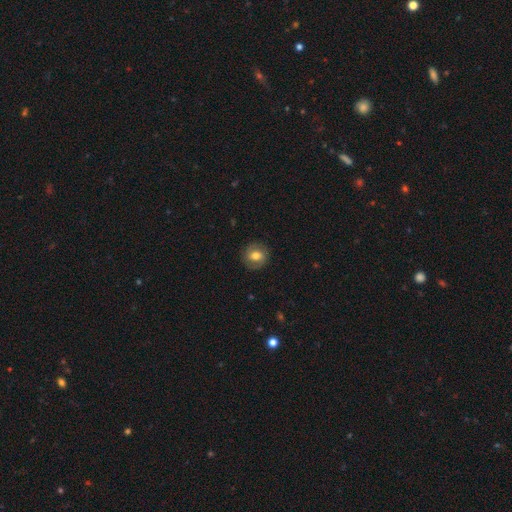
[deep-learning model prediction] Smooth or featured? smooth (57%)
How rounded? round (81%)
Merging? none (85%)